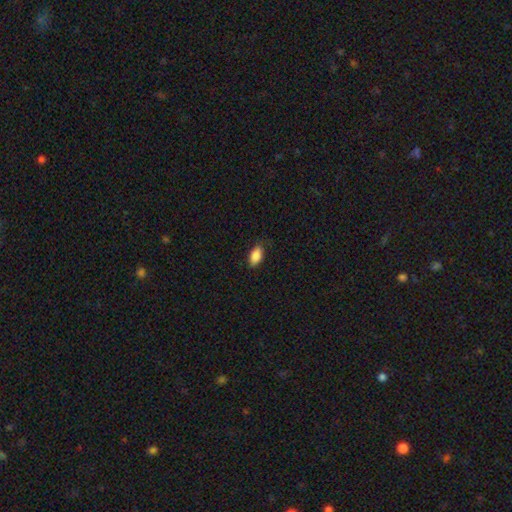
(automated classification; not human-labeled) Q: Smooth or featured?
A: smooth (87%); runner-up: star or artifact (7%)
Q: How rounded?
A: in between (90%); runner-up: cigar-shaped (6%)
Q: Merging?
A: none (80%); runner-up: minor disturbance (16%)